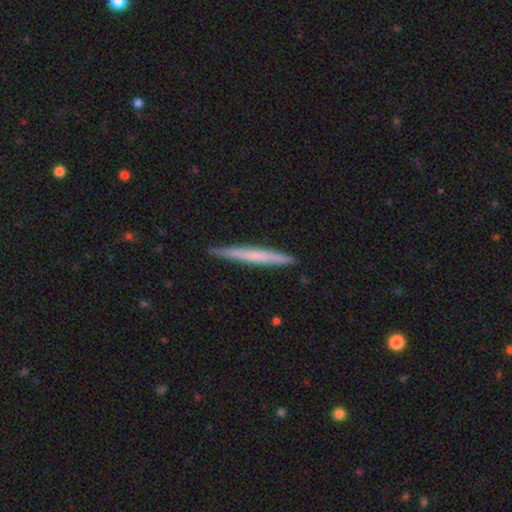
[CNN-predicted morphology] Smooth or featured? smooth (54%)
How rounded? cigar-shaped (97%)
Merging? none (90%)